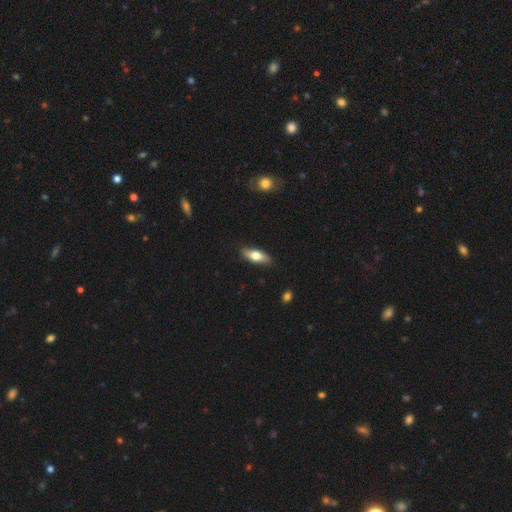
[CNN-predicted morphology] A smooth galaxy with no disk features (68%) that is in between round and cigar-shaped (64%).

Vote fractions:
- Smooth or featured? smooth: 68% / featured or disk: 26% / star or artifact: 6%
- How rounded? in between: 64% / cigar-shaped: 34% / round: 3%
- Merging? none: 87% / minor disturbance: 10% / major disturbance: 2% / merger: 1%